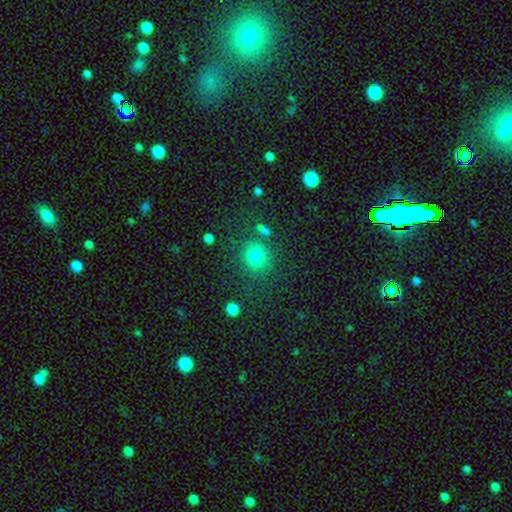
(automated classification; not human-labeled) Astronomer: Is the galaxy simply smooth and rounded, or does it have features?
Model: smooth — 78%.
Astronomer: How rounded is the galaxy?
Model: round — 84%.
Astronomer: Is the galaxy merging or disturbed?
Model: none — 76%.